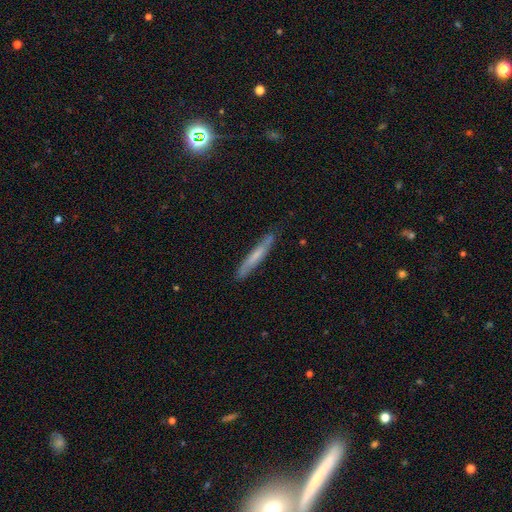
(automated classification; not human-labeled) Morphology: type=smooth (53%); roundness=cigar-shaped (94%); merging=none (82%).